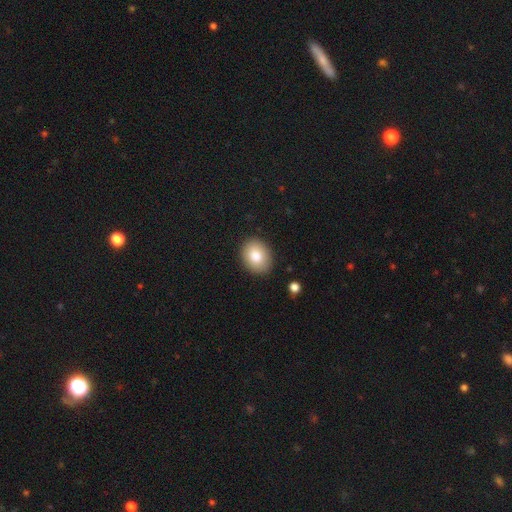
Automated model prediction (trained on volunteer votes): Overall: smooth (83%). How rounded: in between (59%; round 40%). Merging: none (89%).